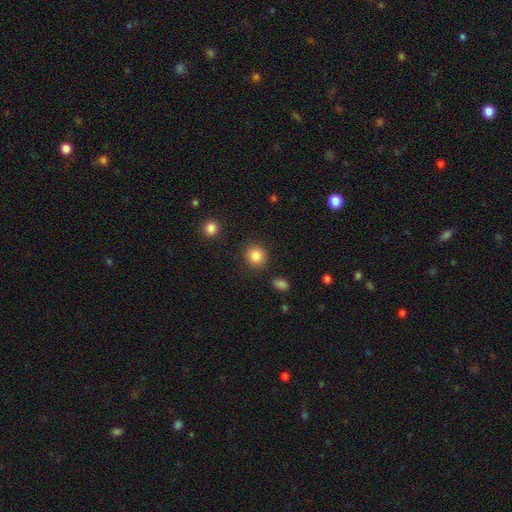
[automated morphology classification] Smooth or featured: smooth — 85% (star or artifact — 10%)
How rounded: round — 88% (in between — 11%)
Merging: none — 88% (minor disturbance — 7%)